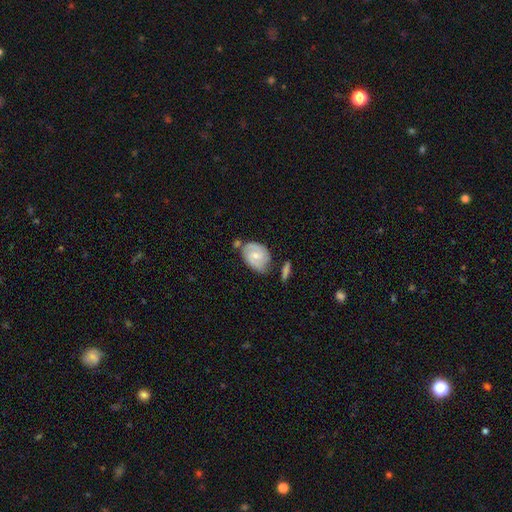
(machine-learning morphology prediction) Smooth or featured?
  - featured or disk: 62% *
  - smooth: 32%
  - star or artifact: 6%
Edge-on disk?
  - no: 96% *
  - yes: 4%
Bar?
  - no: 52% *
  - weak: 41%
  - strong: 7%
Spiral arms?
  - yes: 87% *
  - no: 13%
Spiral winding?
  - tight: 51% *
  - medium: 37%
  - loose: 12%
Spiral arm count?
  - 2: 69% *
  - can't tell: 18%
  - 1: 6%
  - 3: 5%
  - 4: 1%
  - more than 4: 1%
Bulge size?
  - small: 47% * (tied)
  - moderate: 47% * (tied)
  - none: 3%
  - large: 2%
  - dominant: 1%
Merging?
  - none: 51% *
  - minor disturbance: 26%
  - merger: 15%
  - major disturbance: 8%